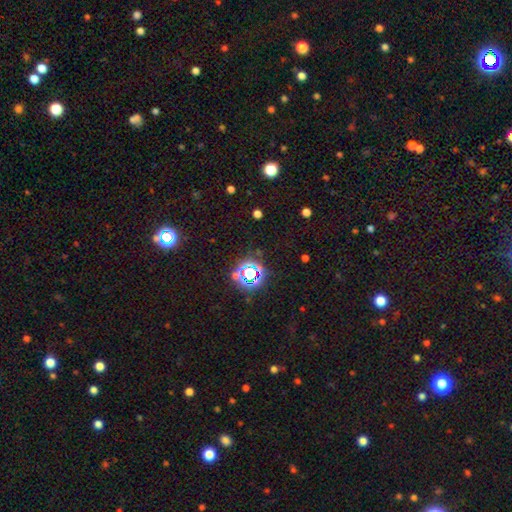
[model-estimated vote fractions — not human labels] A star or artifact, not a galaxy (76%).